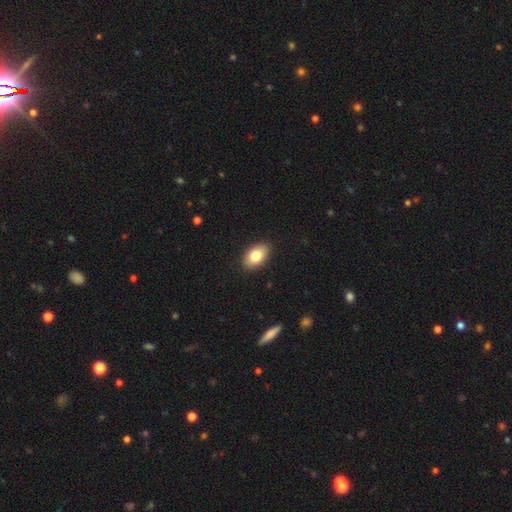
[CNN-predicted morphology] smooth 80%, featured or disk 13%, star or artifact 7%. Down the decision tree: how rounded — in between (89%); merging — none (89%).